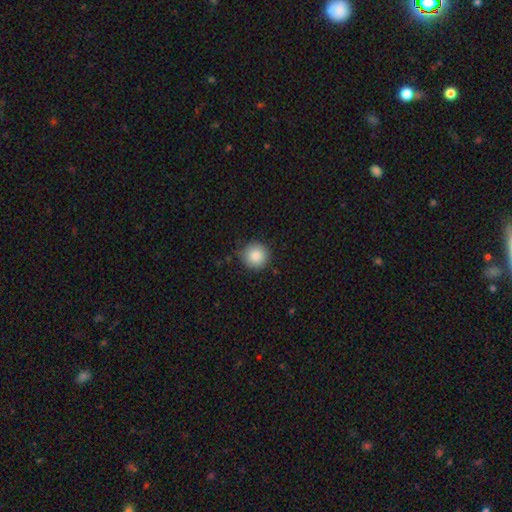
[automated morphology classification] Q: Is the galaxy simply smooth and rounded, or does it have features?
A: smooth — 88%.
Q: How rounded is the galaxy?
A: round — 95%.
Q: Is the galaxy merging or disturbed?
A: none — 82%.